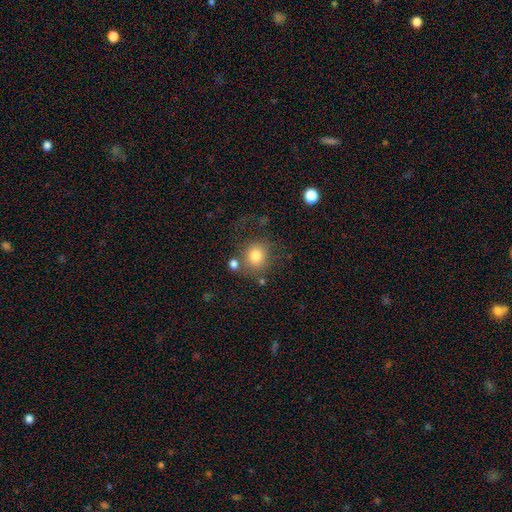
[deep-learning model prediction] Smooth or featured? Predicted: smooth (p=0.78). How rounded? Predicted: round (p=0.84). Merging? Predicted: none (p=0.63).